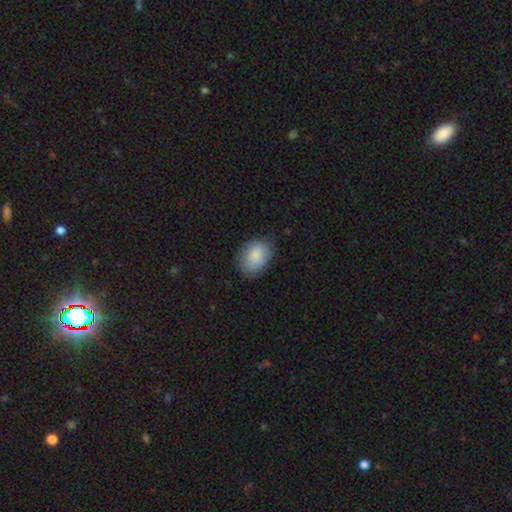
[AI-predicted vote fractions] Smooth or featured: smooth — 83% (featured or disk — 10%)
How rounded: in between — 76% (round — 23%)
Merging: none — 73% (minor disturbance — 21%)